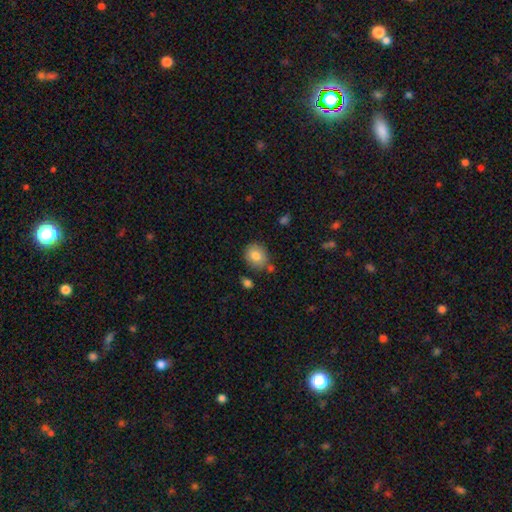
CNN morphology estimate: This appears to be a smooth galaxy with no disk features (80%) that is round (69%). Merging: none (74%).